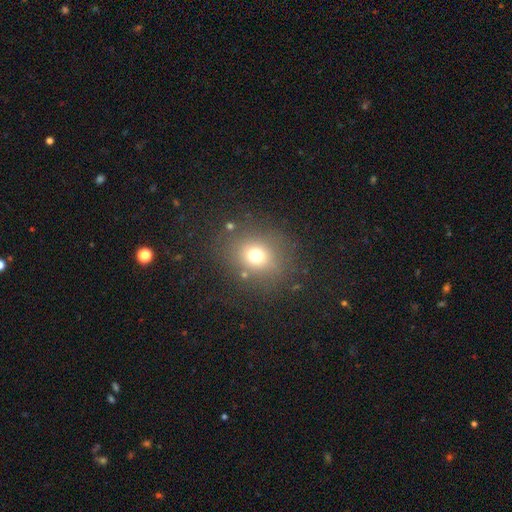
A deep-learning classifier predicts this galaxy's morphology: This is likely a smooth galaxy (71%). How rounded: likely round (70%). Merging: clearly none (80%).